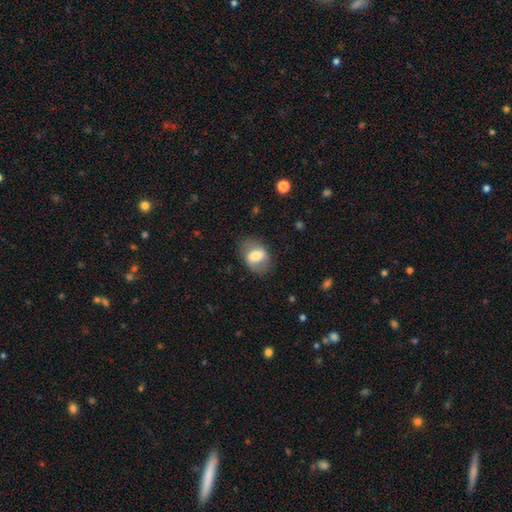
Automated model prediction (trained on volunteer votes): smooth-or-featured: smooth: 54% | featured or disk: 38% | star or artifact: 7%
  how-rounded: in between: 74% | round: 24% | cigar-shaped: 2%
  merging: none: 72% | minor disturbance: 18% | major disturbance: 9% | merger: 1%